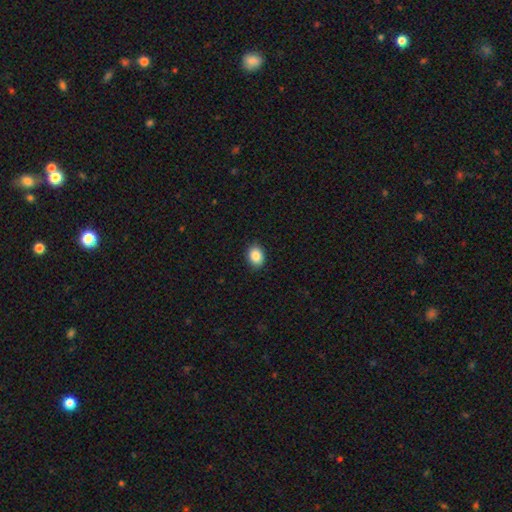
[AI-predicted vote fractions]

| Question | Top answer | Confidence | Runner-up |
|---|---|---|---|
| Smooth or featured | smooth | 88% | star or artifact (8%) |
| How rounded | in between | 64% | round (35%) |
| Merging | none | 90% | minor disturbance (8%) |